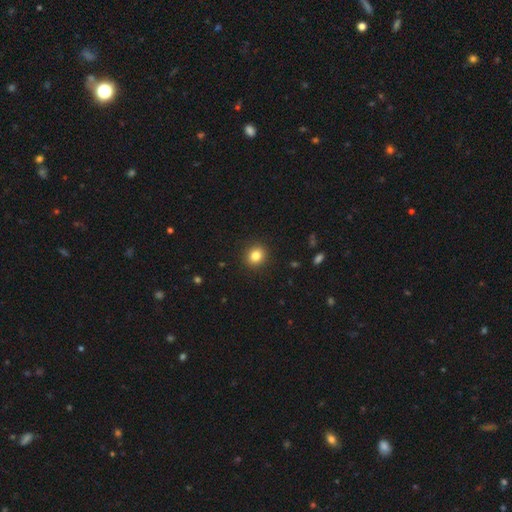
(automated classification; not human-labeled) Overall: smooth (83%). How rounded: round (84%). Merging: none (91%).